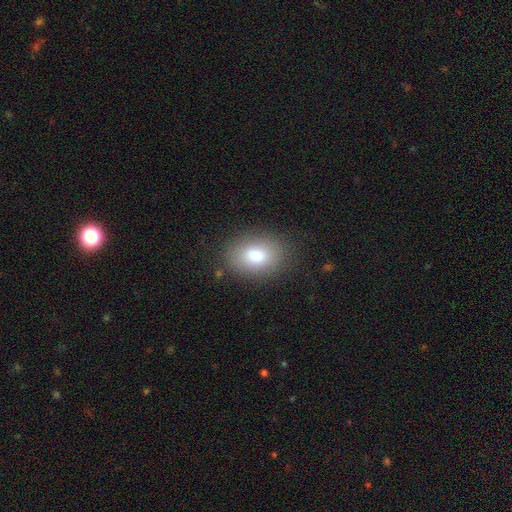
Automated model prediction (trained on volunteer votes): smooth 81%, featured or disk 10%, star or artifact 9%. Down the decision tree: how rounded — in between (76%); merging — none (84%).